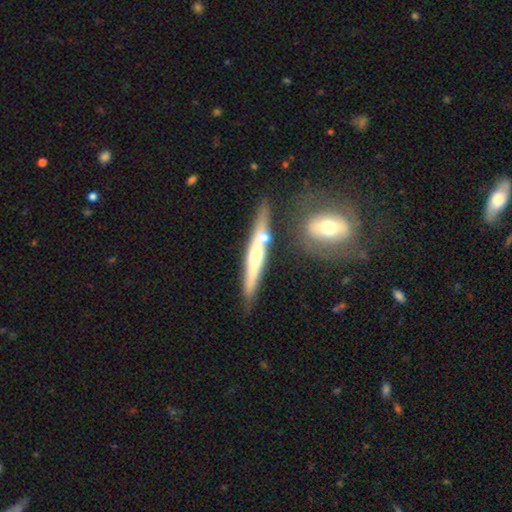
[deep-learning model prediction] The model was most divided on "smooth or featured": featured or disk: 64%, smooth: 30%, star or artifact: 6%. More confident: edge-on disk — yes (92%); edge-on bulge — rounded (82%); merging — none (68%).